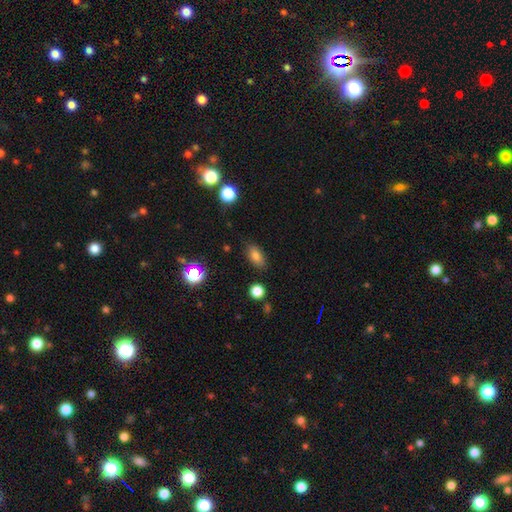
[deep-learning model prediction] Smooth or featured? Predicted: smooth (p=0.81). How rounded? Predicted: in between (p=0.85). Merging? Predicted: none (p=0.82).